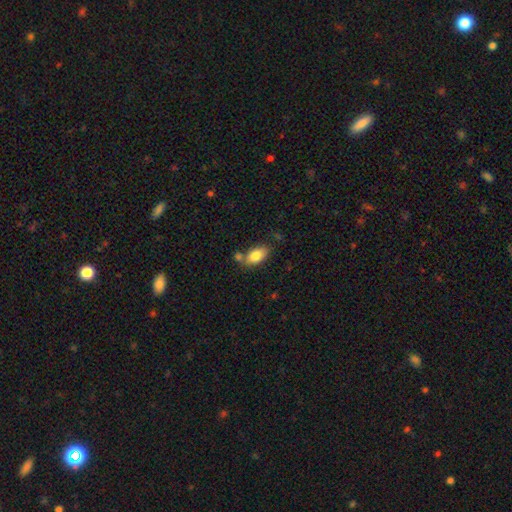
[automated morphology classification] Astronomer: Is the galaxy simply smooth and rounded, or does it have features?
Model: smooth — 83%.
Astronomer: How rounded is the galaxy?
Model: in between — 92%.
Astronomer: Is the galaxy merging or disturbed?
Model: none — 62%.